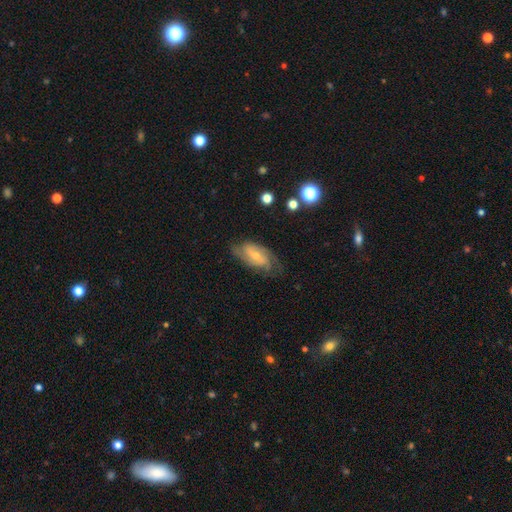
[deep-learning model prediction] This appears to be a featured or disk galaxy (70%) with a weak bar (42%), 2 (52%) medium (42%) spiral arms (90%) and a small central bulge (57%). Merging: none (68%).